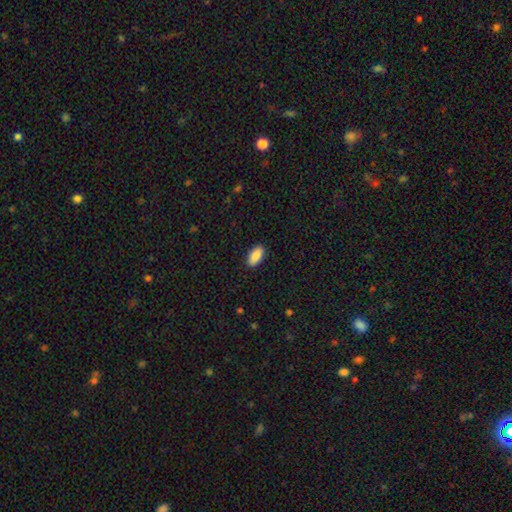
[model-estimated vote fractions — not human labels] Morphology: type=smooth (88%); roundness=in between (91%); merging=none (90%).